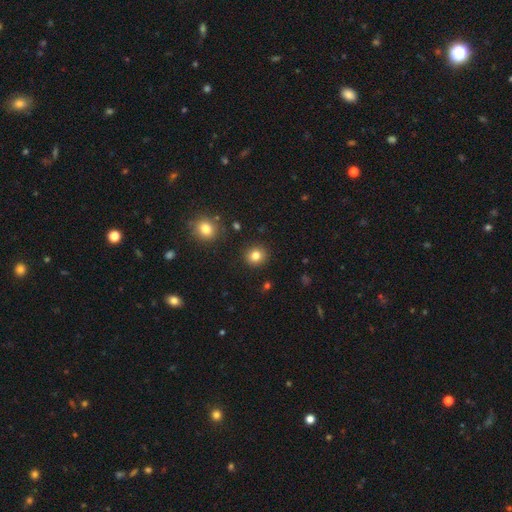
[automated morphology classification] This appears to be a smooth galaxy with no disk features (82%) that is round (87%). Merging: none (90%).